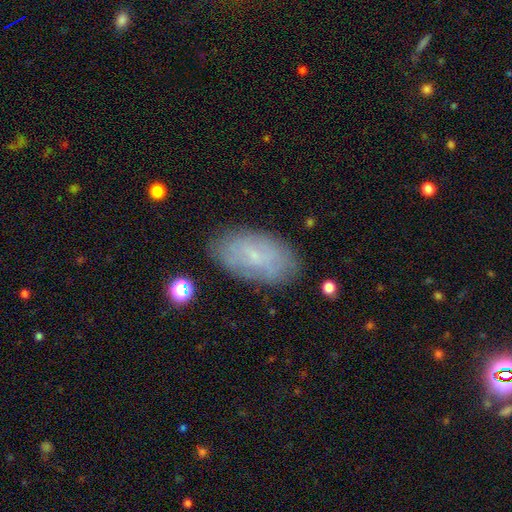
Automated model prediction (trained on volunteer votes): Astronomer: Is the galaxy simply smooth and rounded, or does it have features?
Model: smooth — 51% (runner-up: featured or disk, 40%).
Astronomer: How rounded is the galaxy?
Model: in between — 94%.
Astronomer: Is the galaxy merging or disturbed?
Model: none — 79%.